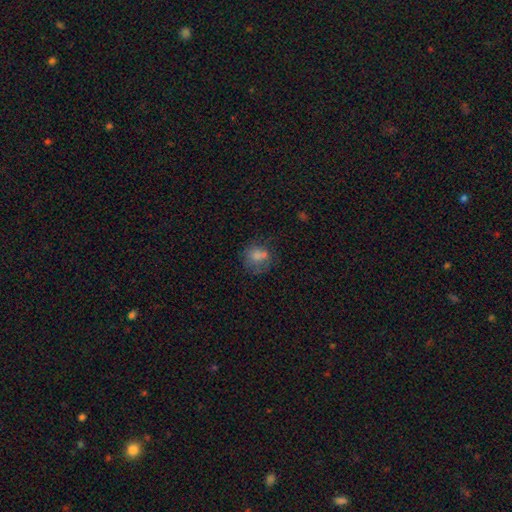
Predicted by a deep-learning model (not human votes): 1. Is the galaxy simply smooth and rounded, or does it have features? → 66% smooth, 17% featured or disk, 17% star or artifact.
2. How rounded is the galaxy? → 73% round, 26% in between, 1% cigar-shaped.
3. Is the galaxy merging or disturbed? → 51% none, 19% minor disturbance, 18% merger, 12% major disturbance.